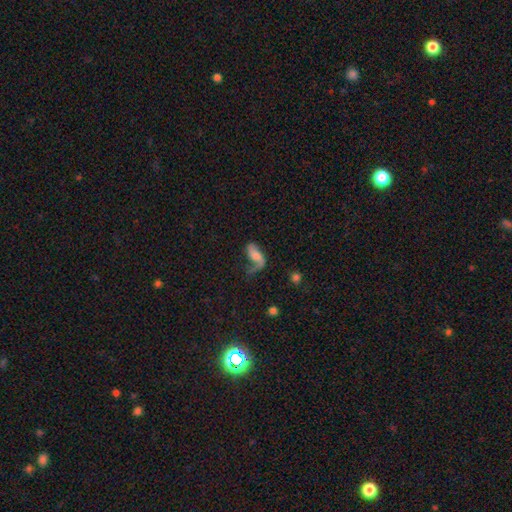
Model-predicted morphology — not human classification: smooth_or_featured: featured or disk (p=0.58) [alt: smooth p=0.34]
disk_edge_on: no (p=0.93) [alt: yes p=0.07]
bar: no (p=0.54) [alt: weak p=0.31]
has_spiral_arms: yes (p=0.86) [alt: no p=0.14]
bulge_size: small (p=0.33) [alt: moderate p=0.29]
merging: none (p=0.39) [alt: major disturbance p=0.34]